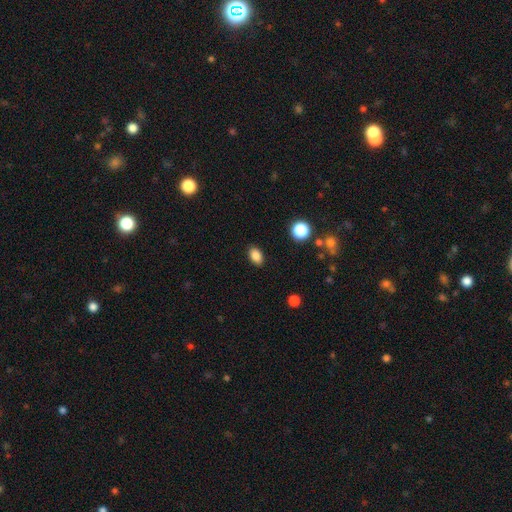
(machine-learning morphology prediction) smooth_or_featured: smooth (p=0.85) [alt: star or artifact p=0.10]
how_rounded: in between (p=0.83) [alt: round p=0.15]
merging: none (p=0.88) [alt: minor disturbance p=0.08]